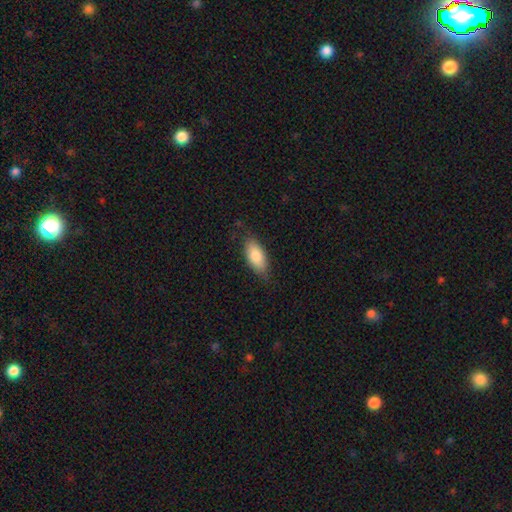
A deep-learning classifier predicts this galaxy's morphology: Smooth or featured? Predicted: smooth (p=0.83). How rounded? Predicted: in between (p=0.89). Merging? Predicted: none (p=0.79).